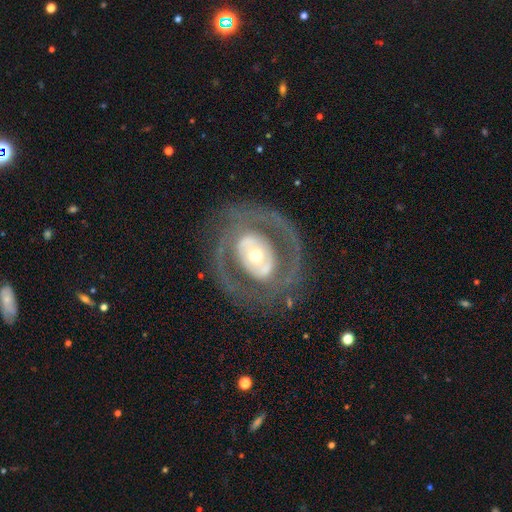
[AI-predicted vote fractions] A featured or disk galaxy (77%) with no bar (59%), spiral arms (56%) and a moderate central bulge (63%). Merging: none (74%).